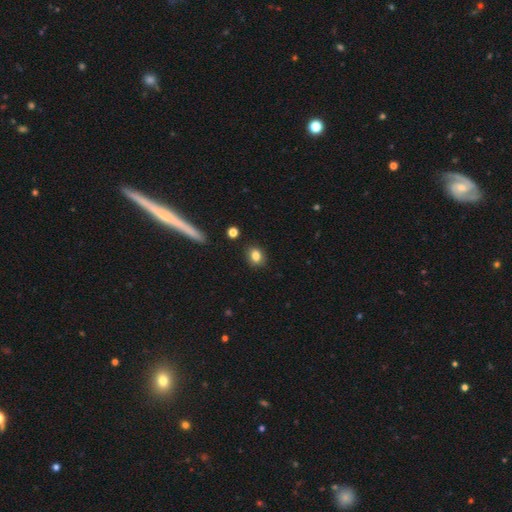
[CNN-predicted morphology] The model was most divided on "how rounded": in between: 52%, round: 46%, cigar-shaped: 2%. More confident: merging — none (85%); smooth or featured — smooth (83%).